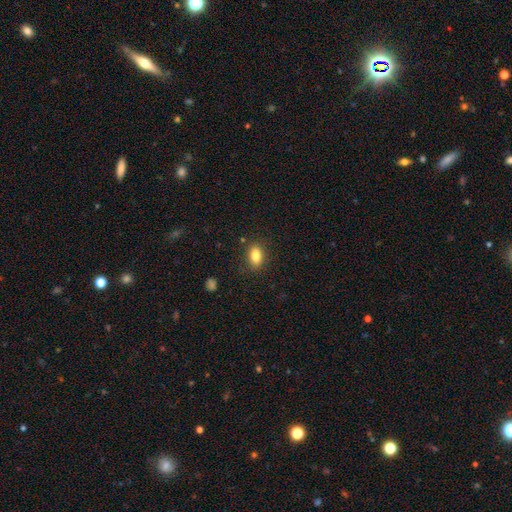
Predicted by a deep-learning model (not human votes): smooth 84%, star or artifact 8%, featured or disk 7%. Down the decision tree: how rounded — in between (87%); merging — none (85%).